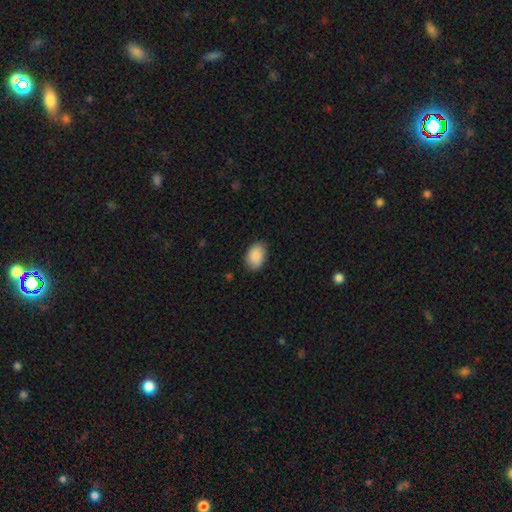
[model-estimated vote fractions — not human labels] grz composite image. It shows a smooth galaxy with no disk features (89%) that is in between round and cigar-shaped (85%). Merging: none (83%).